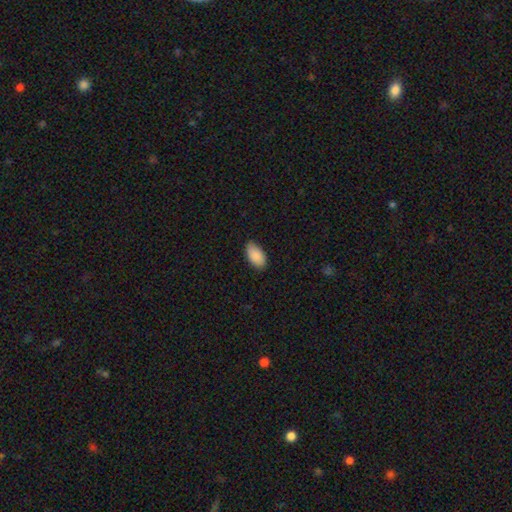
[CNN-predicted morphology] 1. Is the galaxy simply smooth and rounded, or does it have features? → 89% smooth, 6% star or artifact, 5% featured or disk.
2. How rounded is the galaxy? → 95% in between, 3% round, 2% cigar-shaped.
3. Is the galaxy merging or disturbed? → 81% none, 16% minor disturbance, 3% major disturbance, 1% merger.